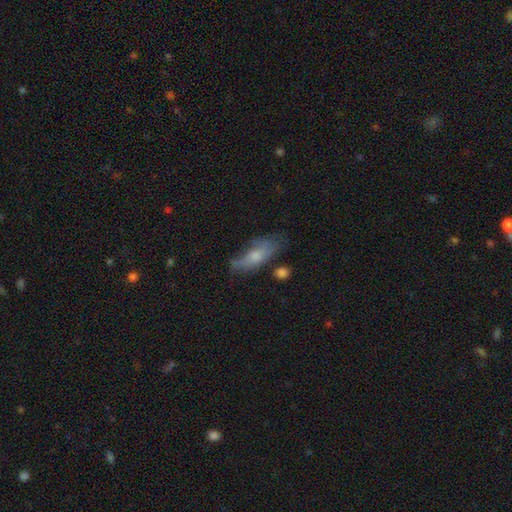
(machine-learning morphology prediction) Smooth or featured?
  - smooth: 58% *
  - featured or disk: 33%
  - star or artifact: 9%
How rounded?
  - in between: 67% *
  - cigar-shaped: 30%
  - round: 4%
Merging?
  - none: 43% *
  - minor disturbance: 32%
  - major disturbance: 20%
  - merger: 6%